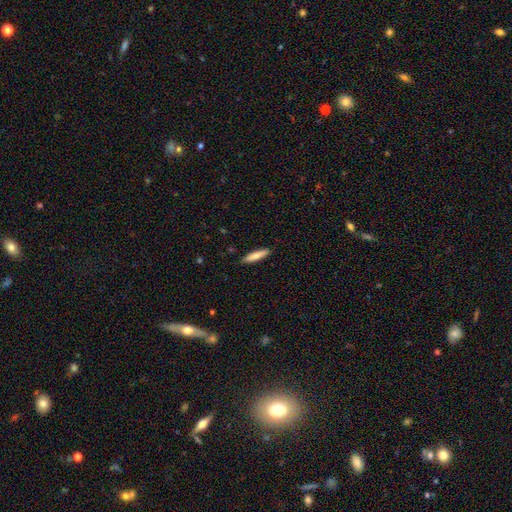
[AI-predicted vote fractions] Smooth or featured?
  - smooth: 81% *
  - featured or disk: 13%
  - star or artifact: 6%
How rounded?
  - cigar-shaped: 84% *
  - in between: 15%
  - round: 1%
Merging?
  - none: 89% *
  - minor disturbance: 8%
  - major disturbance: 2%
  - merger: 1%